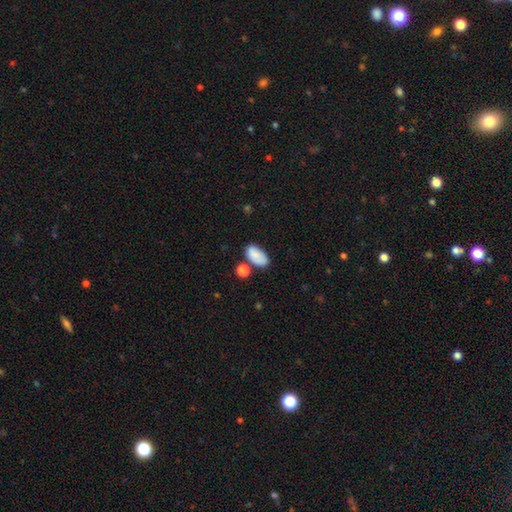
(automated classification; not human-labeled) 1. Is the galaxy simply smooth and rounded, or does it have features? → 82% smooth, 11% featured or disk, 8% star or artifact.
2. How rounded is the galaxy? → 94% in between, 4% round, 2% cigar-shaped.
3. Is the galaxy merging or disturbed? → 61% none, 19% minor disturbance, 14% merger, 5% major disturbance.